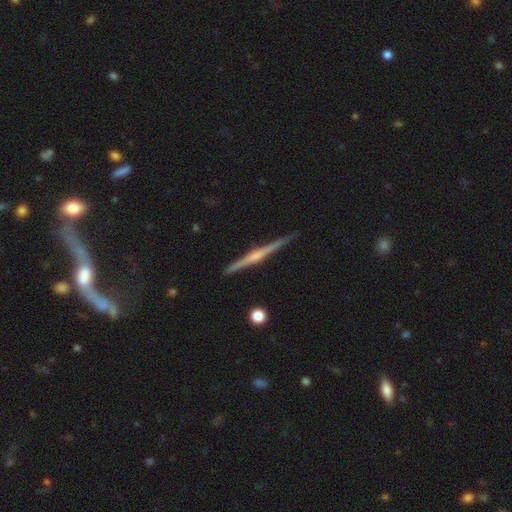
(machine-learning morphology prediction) Smooth or featured: featured or disk — 79% (smooth — 15%)
Edge-on disk: yes — 99% (no — 1%)
Edge-on bulge: rounded — 69% (none — 18%)
Merging: none — 91% (minor disturbance — 7%)